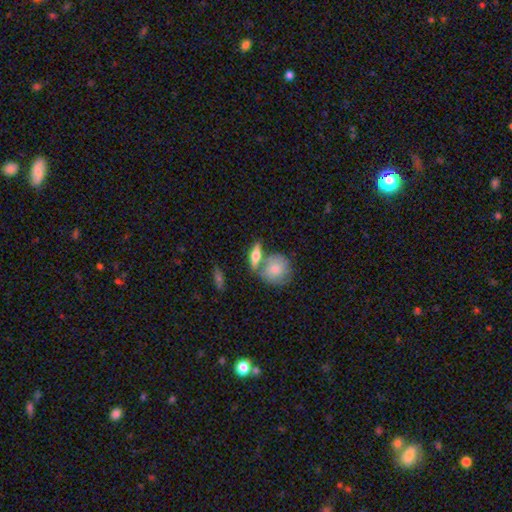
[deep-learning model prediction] Q: Smooth or featured?
A: smooth (58%); runner-up: featured or disk (36%)
Q: How rounded?
A: in between (51%); runner-up: cigar-shaped (28%)
Q: Merging?
A: none (55%); runner-up: merger (29%)